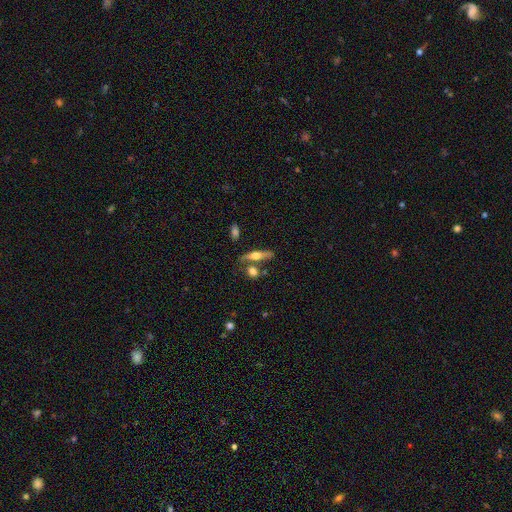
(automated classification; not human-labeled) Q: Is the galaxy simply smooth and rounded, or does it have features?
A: featured or disk — 53%.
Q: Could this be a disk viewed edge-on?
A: yes — 91%.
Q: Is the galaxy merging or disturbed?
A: none — 66%.